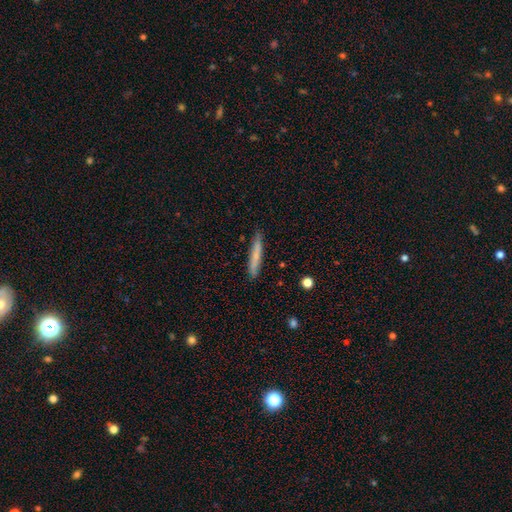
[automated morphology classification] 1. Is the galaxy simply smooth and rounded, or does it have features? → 70% smooth, 24% featured or disk, 6% star or artifact.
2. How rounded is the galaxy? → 95% cigar-shaped, 4% in between, 1% round.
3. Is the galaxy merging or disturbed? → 86% none, 11% minor disturbance, 2% major disturbance, 1% merger.